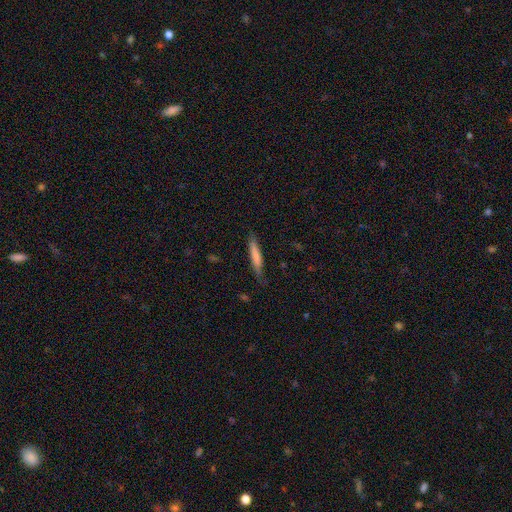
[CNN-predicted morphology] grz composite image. It shows a smooth galaxy with no disk features (73%) that is cigar-shaped (92%). Merging: none (77%).